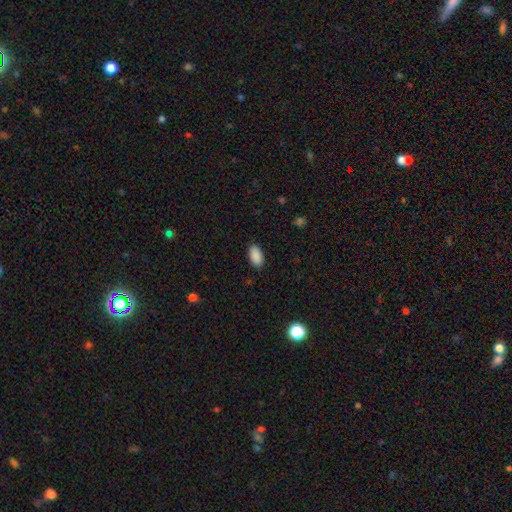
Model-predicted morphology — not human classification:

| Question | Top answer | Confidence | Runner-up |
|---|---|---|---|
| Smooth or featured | smooth | 90% | star or artifact (7%) |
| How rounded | in between | 95% | round (3%) |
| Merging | none | 88% | minor disturbance (9%) |